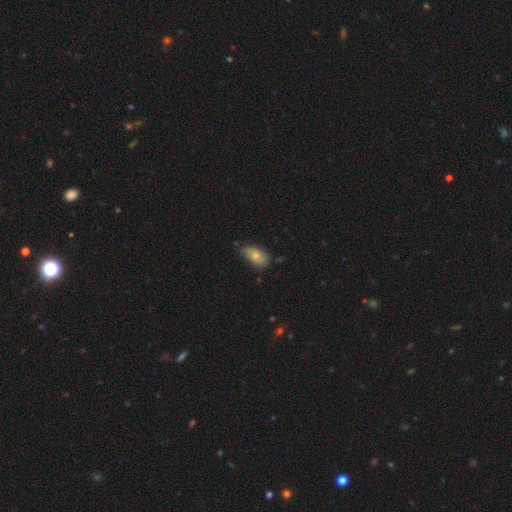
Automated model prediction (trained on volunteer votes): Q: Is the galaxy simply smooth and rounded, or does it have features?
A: smooth — 70%.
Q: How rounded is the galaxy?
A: in between — 91%.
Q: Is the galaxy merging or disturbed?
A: none — 60%.